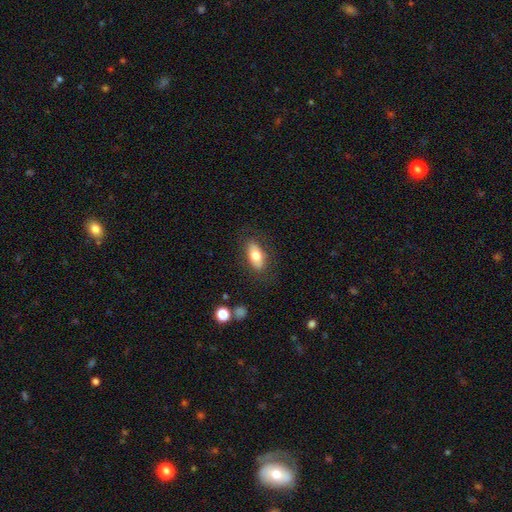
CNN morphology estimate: This appears to be a smooth galaxy with no disk features (72%) that is in between round and cigar-shaped (88%). Merging: none (80%).